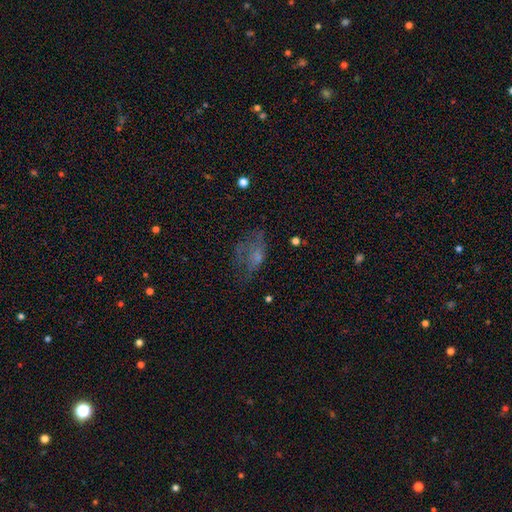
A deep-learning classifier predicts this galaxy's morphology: type=smooth (44%); merging=major disturbance (41%).